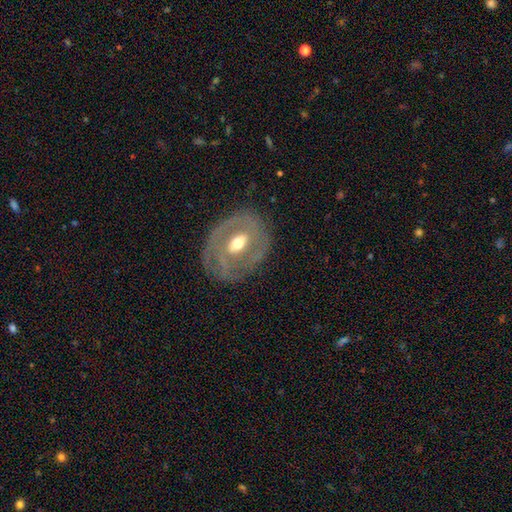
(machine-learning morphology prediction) Smooth or featured? Predicted: featured or disk (p=0.78). Edge-on disk? Predicted: no (p=0.94). Bar? Predicted: weak (p=0.40). Spiral arms? Predicted: yes (p=0.69). Spiral winding? Predicted: tight (p=0.62). Spiral arm count? Predicted: 2 (p=0.48). Bulge size? Predicted: moderate (p=0.74). Merging? Predicted: none (p=0.77).